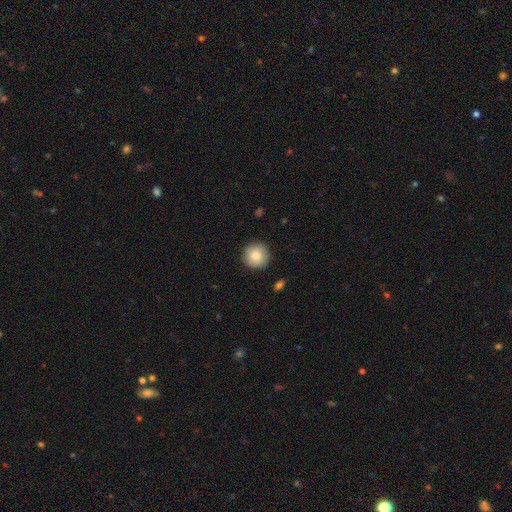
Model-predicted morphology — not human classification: Smooth or featured? Predicted: smooth (p=0.85). How rounded? Predicted: round (p=0.95). Merging? Predicted: none (p=0.89).